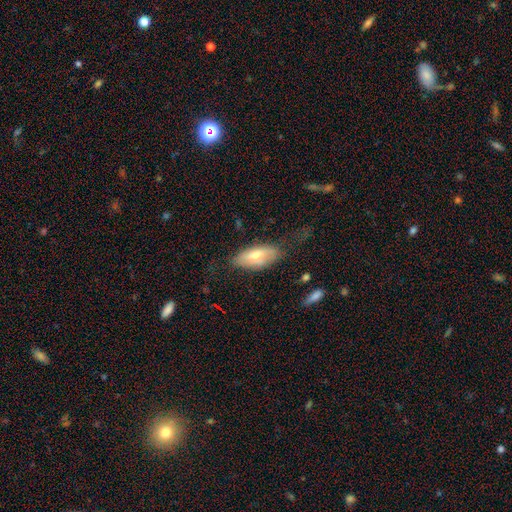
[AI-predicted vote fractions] A smooth galaxy with no disk features (64%) that is in between round and cigar-shaped (86%).

Vote fractions:
- Smooth or featured? smooth: 64% / featured or disk: 29% / star or artifact: 7%
- How rounded? in between: 86% / cigar-shaped: 11% / round: 3%
- Merging? none: 60% / minor disturbance: 26% / major disturbance: 12% / merger: 2%